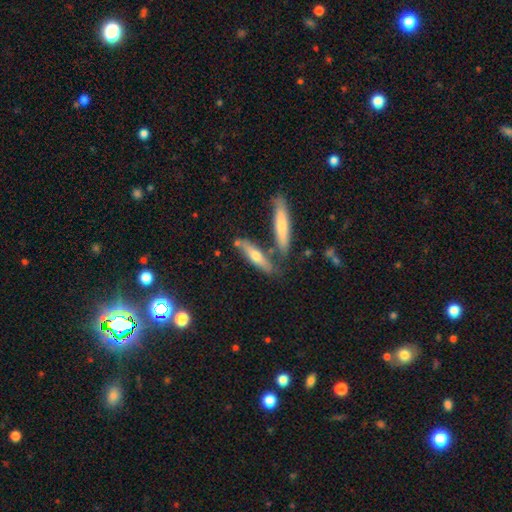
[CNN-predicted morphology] A smooth galaxy with no disk features (56%) that is cigar-shaped (74%).

Vote fractions:
- Smooth or featured? smooth: 56% / featured or disk: 38% / star or artifact: 6%
- How rounded? cigar-shaped: 74% / in between: 23% / round: 2%
- Merging? none: 63% / merger: 20% / minor disturbance: 13% / major disturbance: 4%